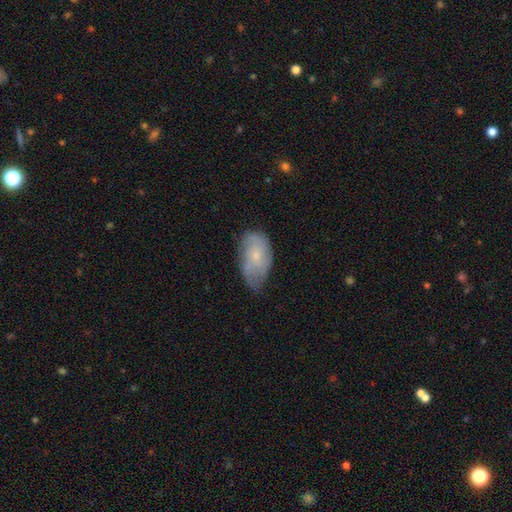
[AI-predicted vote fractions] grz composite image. It shows a smooth galaxy with no disk features (53%) that is in between round and cigar-shaped (92%). Merging: none (46%).